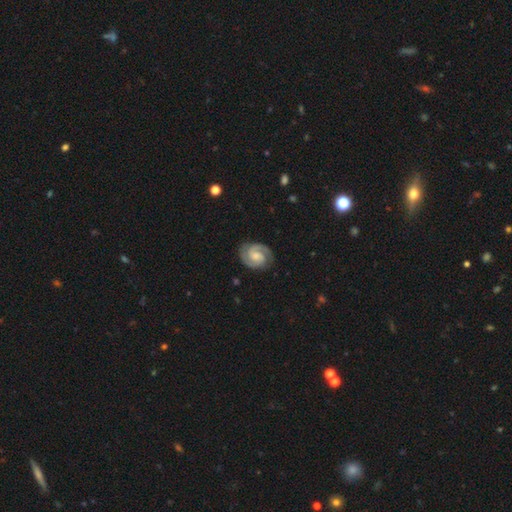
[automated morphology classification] featured or disk 87%, smooth 9%, star or artifact 5%. Down the decision tree: edge-on disk — no (98%); bar — weak (46%); spiral arms — yes (98%); spiral arm count — 2 (91%); spiral winding — tight (50%); bulge size — moderate (40%); merging — none (84%).